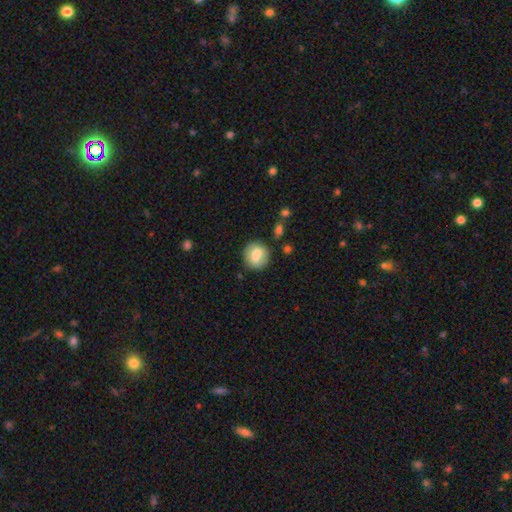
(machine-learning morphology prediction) The model was most divided on "smooth or featured": smooth: 71%, featured or disk: 21%, star or artifact: 7%. More confident: merging — none (78%); how rounded — round (75%).